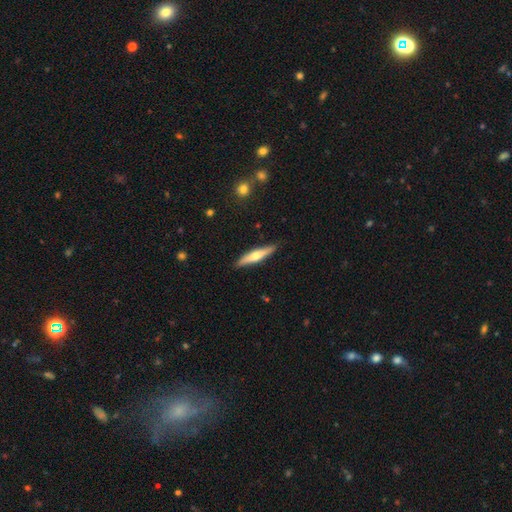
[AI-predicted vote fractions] smooth 49%, featured or disk 46%, star or artifact 5%. Down the decision tree: merging — none (89%).